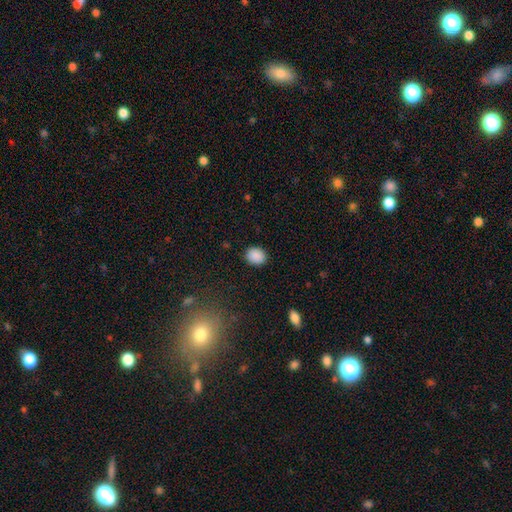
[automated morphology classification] Smooth or featured: smooth — 89% (star or artifact — 8%)
How rounded: round — 61% (in between — 38%)
Merging: none — 88% (minor disturbance — 8%)